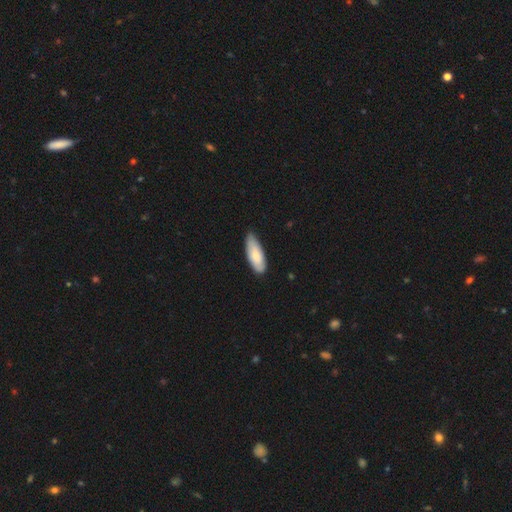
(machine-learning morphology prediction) The model was most divided on "smooth or featured": smooth: 72%, featured or disk: 23%, star or artifact: 5%. More confident: merging — none (78%); how rounded — in between (75%).